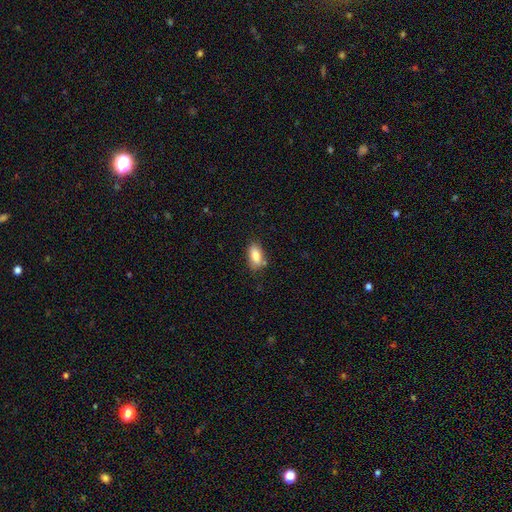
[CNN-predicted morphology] A smooth galaxy with no disk features (81%) that is in between round and cigar-shaped (89%). Merging: none (73%).